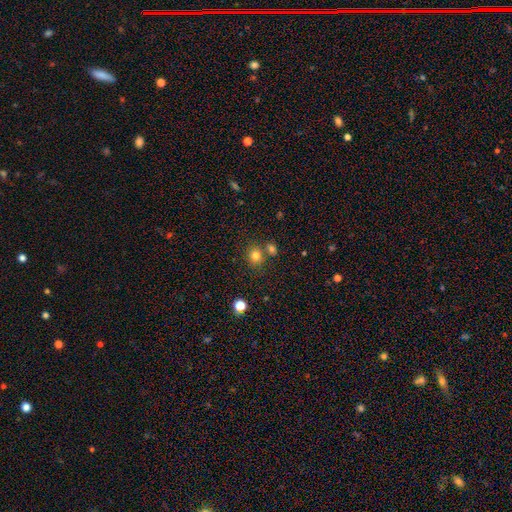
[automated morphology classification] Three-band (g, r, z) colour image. It shows a smooth galaxy with no disk features (79%) that is round (72%). Merging: none (65%).